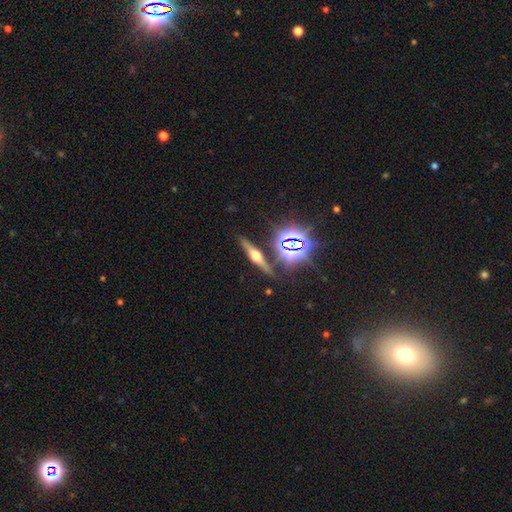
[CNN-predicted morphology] Smooth or featured? Predicted: featured or disk (p=0.61). Edge-on disk? Predicted: yes (p=0.95). Edge-on bulge? Predicted: rounded (p=0.92). Merging? Predicted: none (p=0.85).